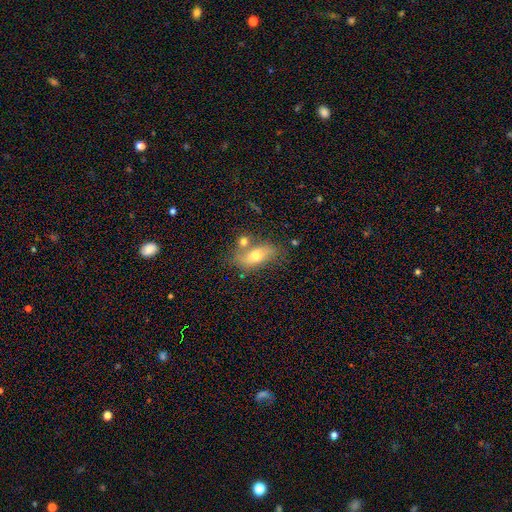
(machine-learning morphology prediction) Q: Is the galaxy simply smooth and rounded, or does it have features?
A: smooth — 59%.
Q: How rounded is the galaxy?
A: in between — 82%.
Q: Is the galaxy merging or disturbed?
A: none — 59%.